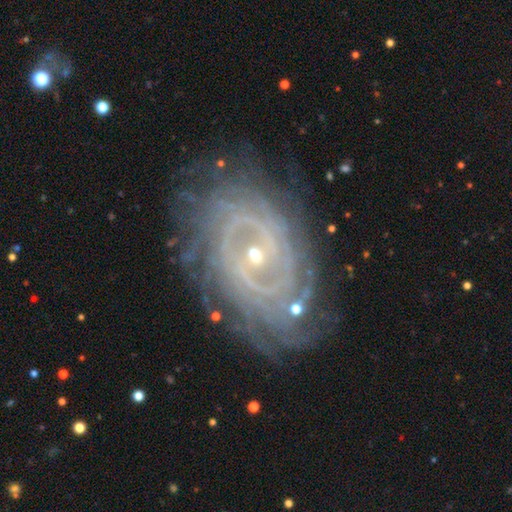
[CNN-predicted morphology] This appears to be a featured or disk galaxy (90%) with no bar (43%), tight (75%) spiral arms (96%) and a small central bulge (73%). Merging: none (72%).